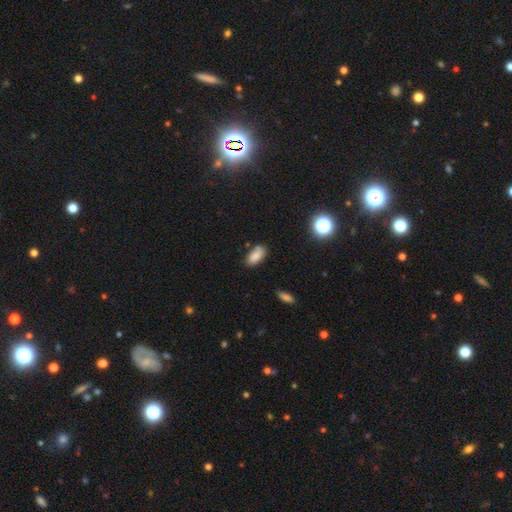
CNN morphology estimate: A smooth galaxy with no disk features (83%) that is in between round and cigar-shaped (89%).

Vote fractions:
- Smooth or featured? smooth: 83% / star or artifact: 10% / featured or disk: 7%
- How rounded? in between: 89% / cigar-shaped: 8% / round: 3%
- Merging? none: 69% / minor disturbance: 22% / merger: 5% / major disturbance: 4%